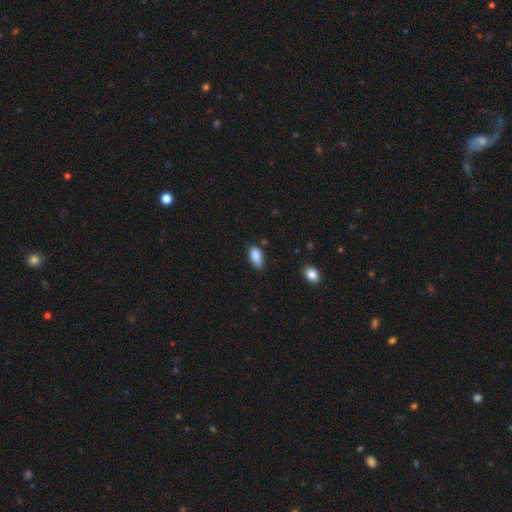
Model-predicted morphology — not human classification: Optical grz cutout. It shows a smooth galaxy with no disk features (88%) that is in between round and cigar-shaped (93%). Merging: none (70%).